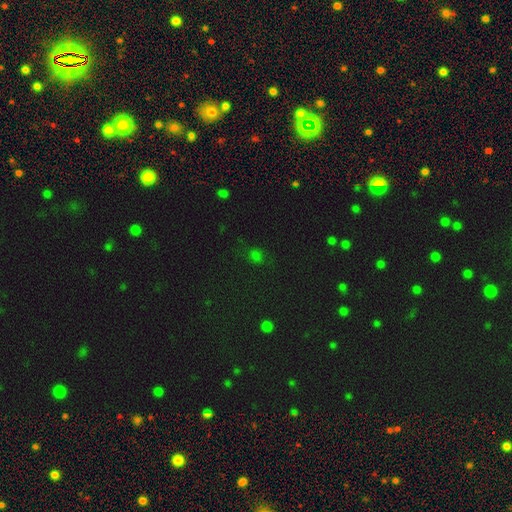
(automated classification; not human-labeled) Smooth or featured?
  - smooth: 64% *
  - star or artifact: 31%
  - featured or disk: 5%
How rounded?
  - round: 62% *
  - in between: 37%
  - cigar-shaped: 2%
Merging?
  - none: 74% *
  - minor disturbance: 17%
  - major disturbance: 6%
  - merger: 3%